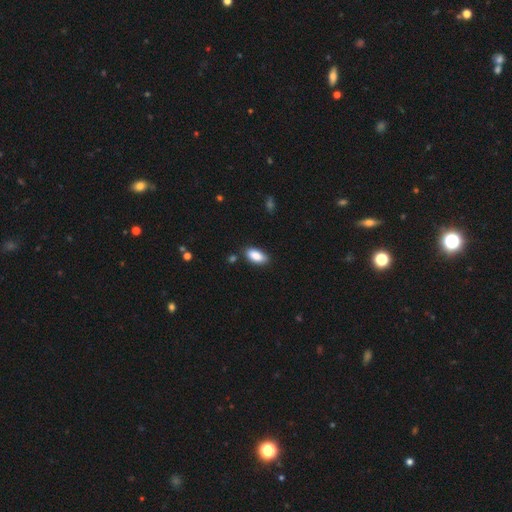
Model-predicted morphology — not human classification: A smooth galaxy with no disk features (87%) that is in between round and cigar-shaped (91%).

Vote fractions:
- Smooth or featured? smooth: 87% / star or artifact: 7% / featured or disk: 6%
- How rounded? in between: 91% / cigar-shaped: 7% / round: 3%
- Merging? none: 84% / minor disturbance: 12% / major disturbance: 2% / merger: 2%